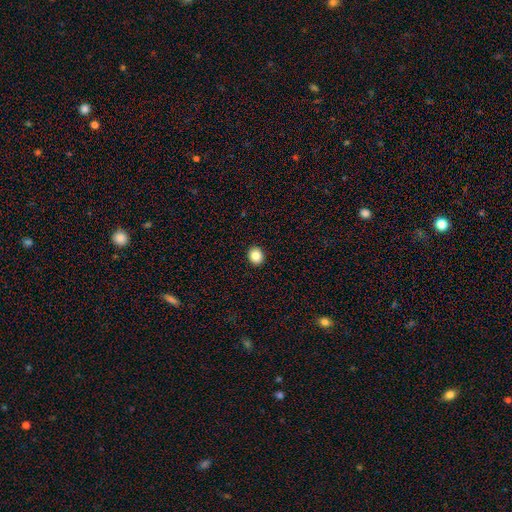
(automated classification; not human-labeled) Smooth or featured?
  - smooth: 85% *
  - star or artifact: 10%
  - featured or disk: 5%
How rounded?
  - round: 76% *
  - in between: 23%
  - cigar-shaped: 1%
Merging?
  - none: 93% *
  - minor disturbance: 4%
  - major disturbance: 1%
  - merger: 1%